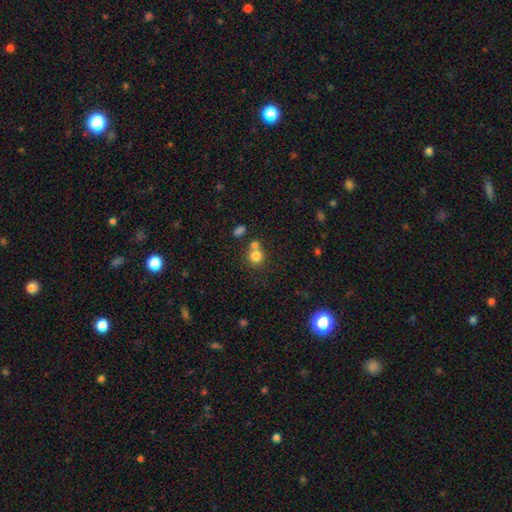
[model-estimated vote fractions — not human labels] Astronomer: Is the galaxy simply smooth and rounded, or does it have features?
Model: smooth — 79%.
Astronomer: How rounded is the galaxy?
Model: round — 88%.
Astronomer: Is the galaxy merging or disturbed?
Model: none — 54% (runner-up: merger, 34%).